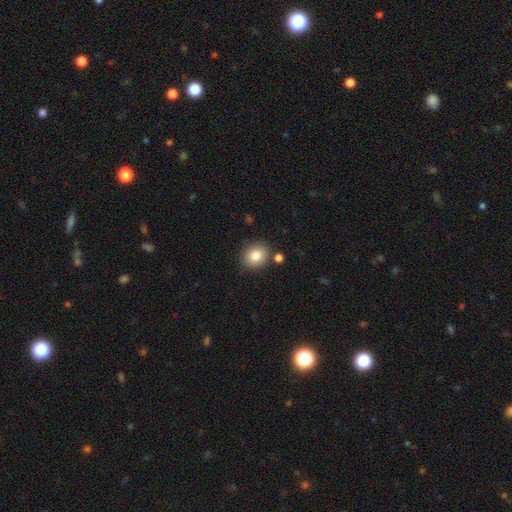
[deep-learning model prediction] Q: Smooth or featured?
A: smooth (82%); runner-up: star or artifact (9%)
Q: How rounded?
A: round (69%); runner-up: in between (31%)
Q: Merging?
A: none (82%); runner-up: minor disturbance (10%)